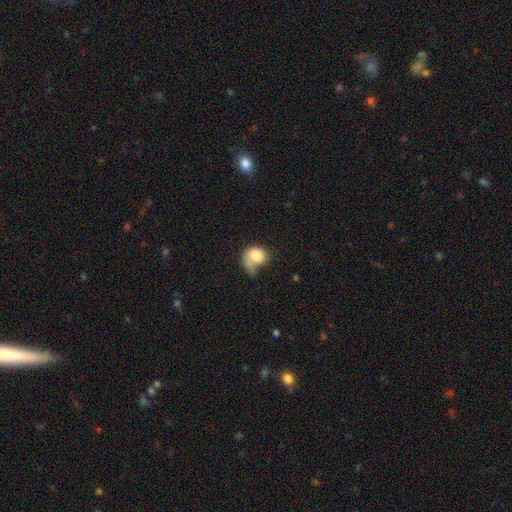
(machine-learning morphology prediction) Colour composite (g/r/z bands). It shows a smooth galaxy with no disk features (75%) that is round (56%). Merging: major disturbance (42%).